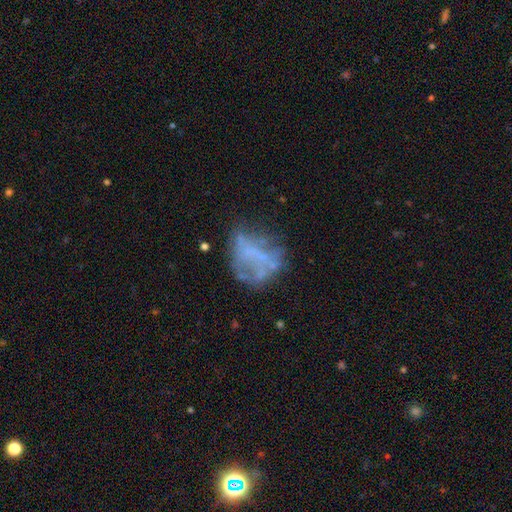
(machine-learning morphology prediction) smooth_or_featured: featured or disk (p=0.53) [alt: smooth p=0.30]
disk_edge_on: no (p=0.97) [alt: yes p=0.03]
bar: no (p=0.83) [alt: weak p=0.11]
has_spiral_arms: no (p=0.89) [alt: yes p=0.11]
bulge_size: none (p=0.79) [alt: small p=0.11]
merging: none (p=0.45) [alt: major disturbance p=0.28]